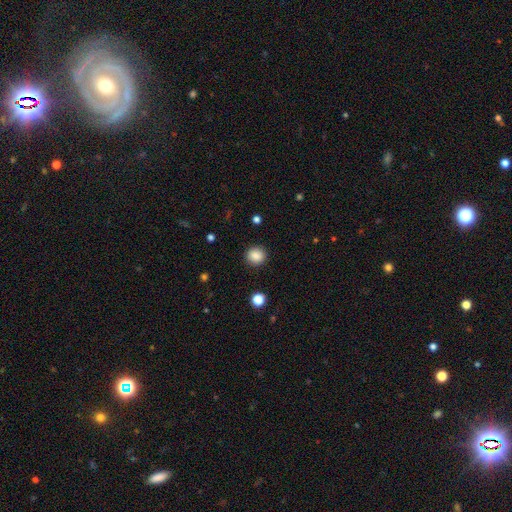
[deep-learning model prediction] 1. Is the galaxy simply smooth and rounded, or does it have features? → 87% smooth, 10% star or artifact, 4% featured or disk.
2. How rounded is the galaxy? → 83% round, 16% in between, 1% cigar-shaped.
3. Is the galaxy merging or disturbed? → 90% none, 6% minor disturbance, 2% major disturbance, 1% merger.